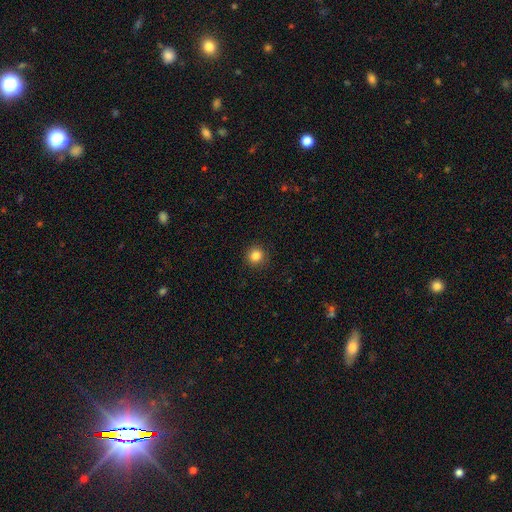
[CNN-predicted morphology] Smooth or featured? smooth (84%)
How rounded? round (94%)
Merging? none (92%)